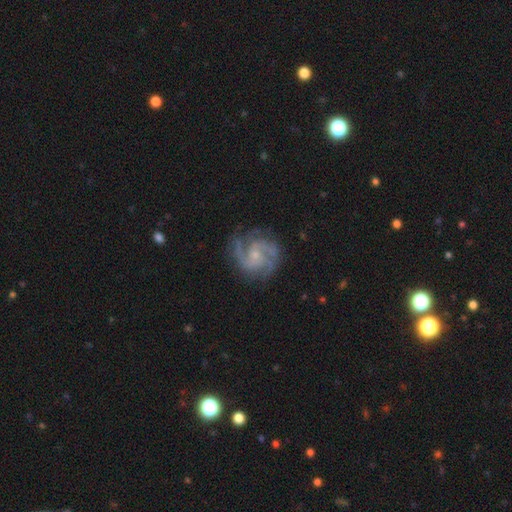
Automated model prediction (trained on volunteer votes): smooth_or_featured: featured or disk (p=0.90) [alt: smooth p=0.05]
disk_edge_on: no (p=0.98) [alt: yes p=0.02]
bar: no (p=0.61) [alt: weak p=0.33]
has_spiral_arms: yes (p=0.98) [alt: no p=0.02]
spiral_winding: medium (p=0.54) [alt: tight p=0.34]
spiral_arm_count: 2 (p=0.41) [alt: 3 p=0.36]
bulge_size: small (p=0.68) [alt: moderate p=0.24]
merging: none (p=0.76) [alt: minor disturbance p=0.16]